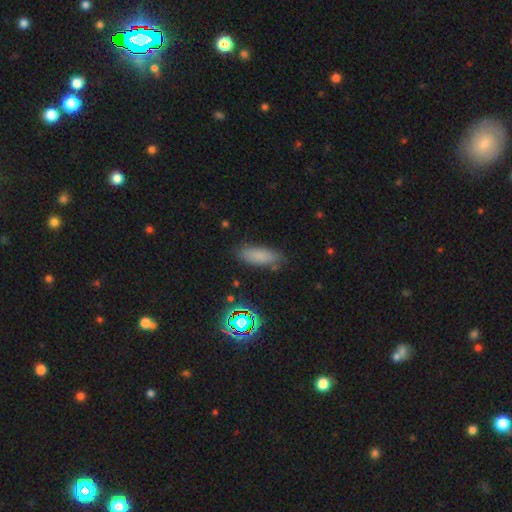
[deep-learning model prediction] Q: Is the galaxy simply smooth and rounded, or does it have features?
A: smooth — 76%.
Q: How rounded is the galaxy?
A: in between — 66%.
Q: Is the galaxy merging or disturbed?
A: none — 79%.